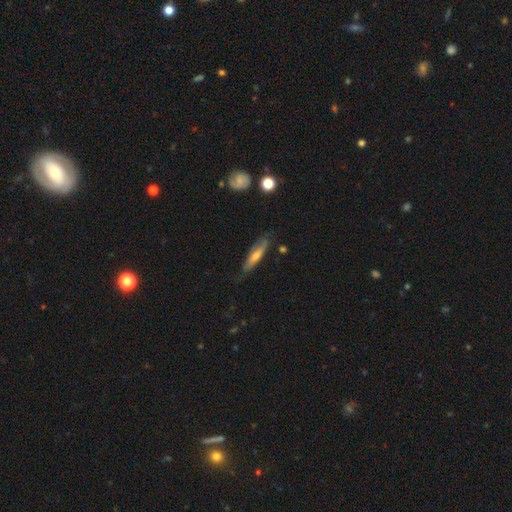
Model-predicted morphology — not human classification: Smooth or featured? smooth (48%)
Merging? none (73%)